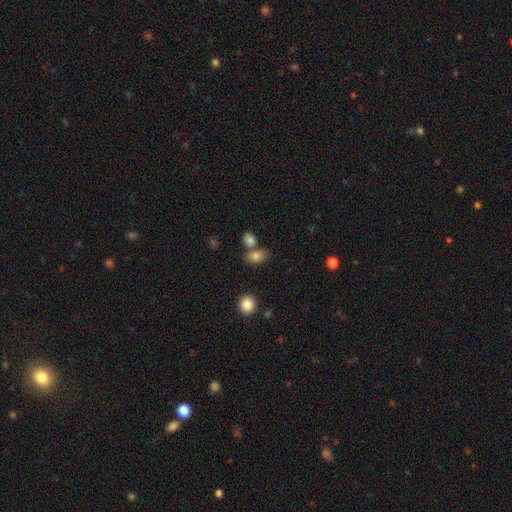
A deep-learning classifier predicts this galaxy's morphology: Smooth or featured? smooth (83%)
How rounded? in between (76%)
Merging? none (55%)